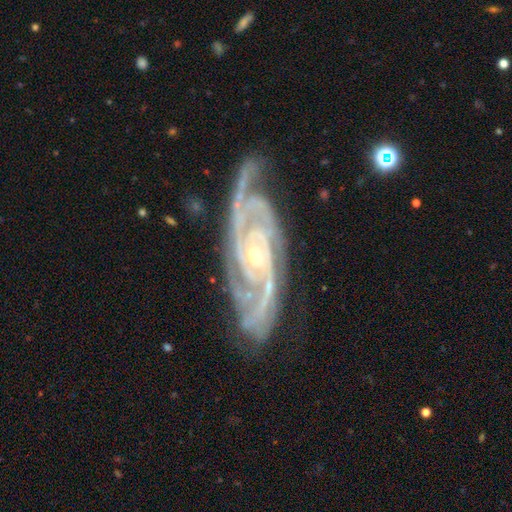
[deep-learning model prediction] This is clearly a featured or disk galaxy (93%). It is clearly not viewed edge-on (94%). Bar: likely no (63%). Spiral arm pattern: clearly yes (99%). Spiral arm count: marginally 3 (33%). Spiral winding: likely tight (67%). Central bulge: likely small (73%). Merging: likely none (75%).